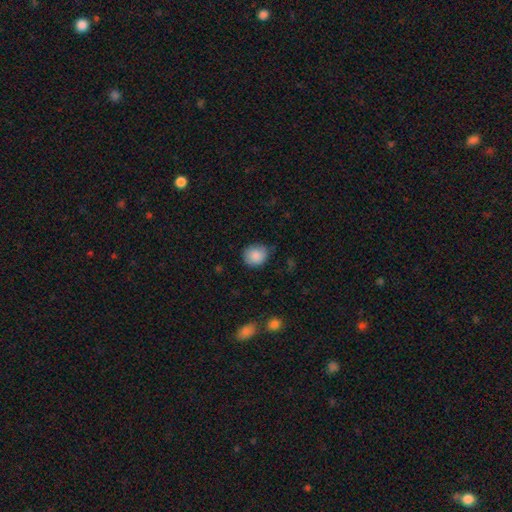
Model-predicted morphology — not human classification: type=smooth (88%); roundness=round (79%); merging=none (76%).